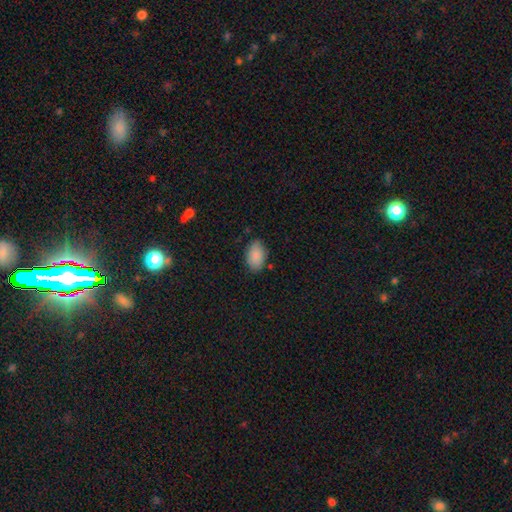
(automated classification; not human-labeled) Smooth or featured?
  - smooth: 88% *
  - star or artifact: 7%
  - featured or disk: 5%
How rounded?
  - in between: 91% *
  - round: 7%
  - cigar-shaped: 1%
Merging?
  - none: 81% *
  - minor disturbance: 14%
  - major disturbance: 3%
  - merger: 2%